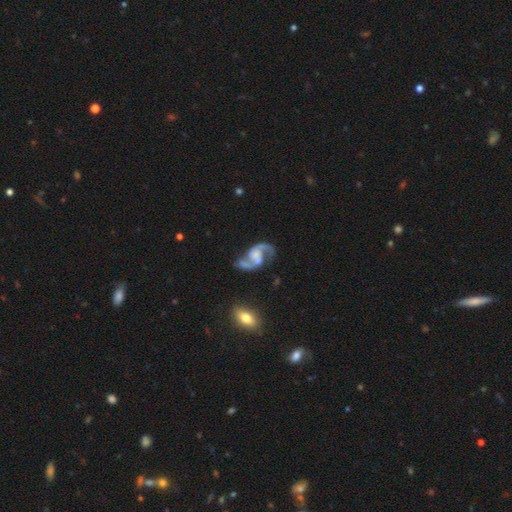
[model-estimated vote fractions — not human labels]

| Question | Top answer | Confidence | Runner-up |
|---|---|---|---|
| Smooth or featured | featured or disk | 89% | smooth (6%) |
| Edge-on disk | no | 98% | yes (2%) |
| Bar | no | 49% | weak (37%) |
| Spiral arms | yes | 96% | no (4%) |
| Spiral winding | loose | 56% | medium (37%) |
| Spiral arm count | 2 | 92% | 1 (3%) |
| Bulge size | none | 44% | small (25%) |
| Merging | none | 60% | minor disturbance (18%) |